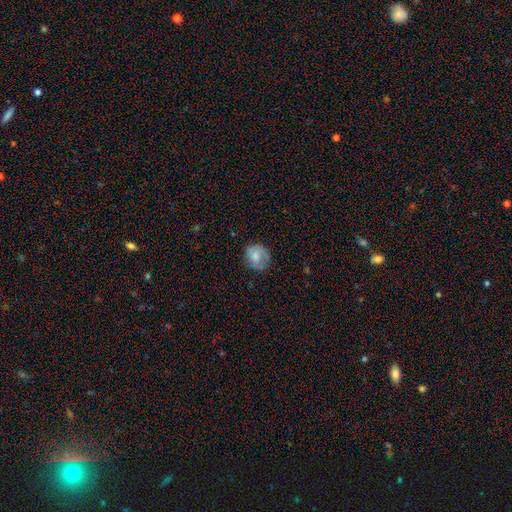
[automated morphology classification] A smooth galaxy with no disk features (72%) that is round (80%). Merging: none (68%).